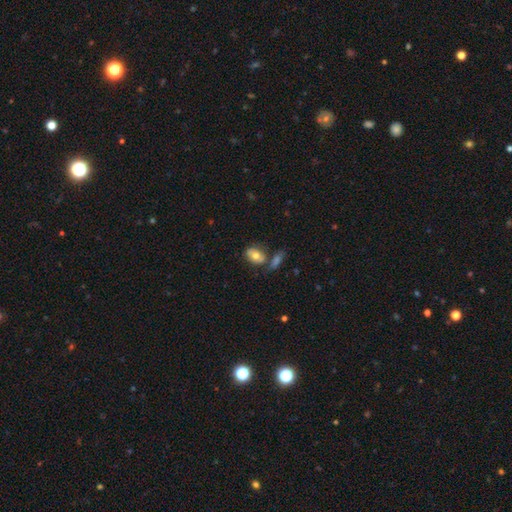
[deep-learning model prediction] smooth-or-featured: smooth: 71% | featured or disk: 22% | star or artifact: 7%
  how-rounded: in between: 81% | round: 17% | cigar-shaped: 2%
  merging: none: 53% | merger: 24% | minor disturbance: 17% | major disturbance: 7%